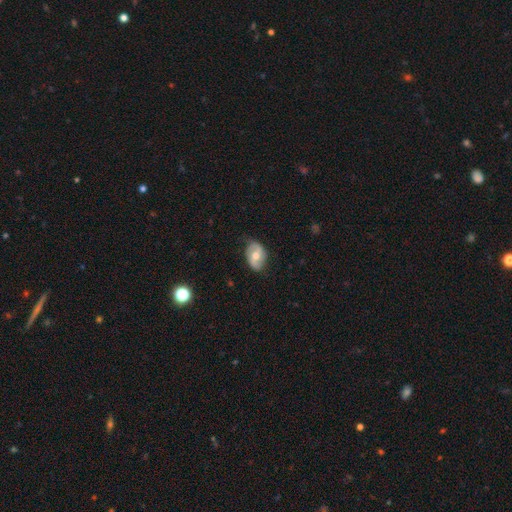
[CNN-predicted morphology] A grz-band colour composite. It shows a featured or disk galaxy (48%). Merging: none (75%).